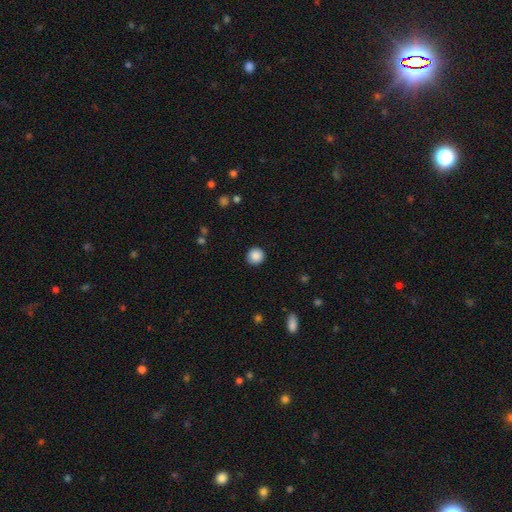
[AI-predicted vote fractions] A smooth galaxy with no disk features (88%) that is round (93%).

Vote fractions:
- Smooth or featured? smooth: 88% / star or artifact: 9% / featured or disk: 3%
- How rounded? round: 93% / in between: 6% / cigar-shaped: 1%
- Merging? none: 91% / minor disturbance: 6% / major disturbance: 2% / merger: 1%